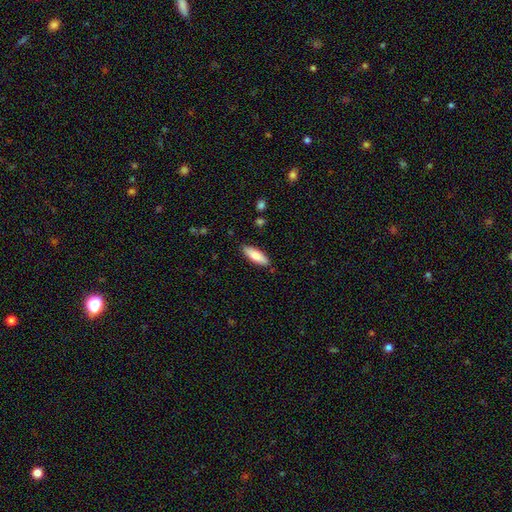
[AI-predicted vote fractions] A smooth galaxy with no disk features (79%) that is in between round and cigar-shaped (59%). Merging: none (87%).